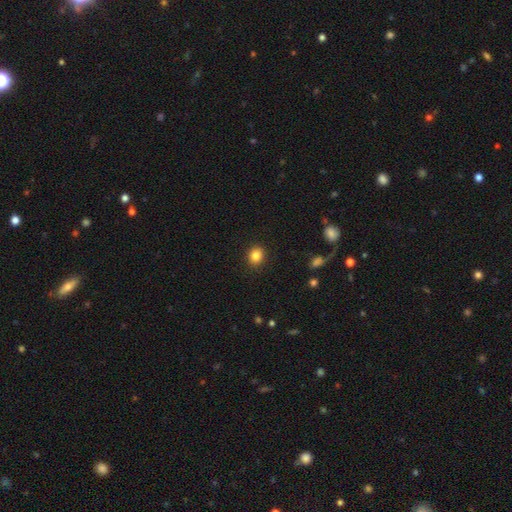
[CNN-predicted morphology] This appears to be a smooth galaxy with no disk features (85%) that is round (68%). Merging: none (90%).